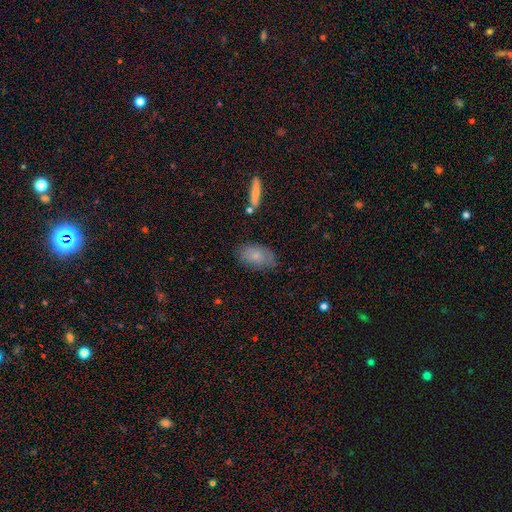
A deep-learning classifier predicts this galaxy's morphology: smooth_or_featured: smooth (p=0.72) [alt: featured or disk p=0.20]
how_rounded: in between (p=0.90) [alt: round p=0.07]
merging: none (p=0.69) [alt: minor disturbance p=0.23]